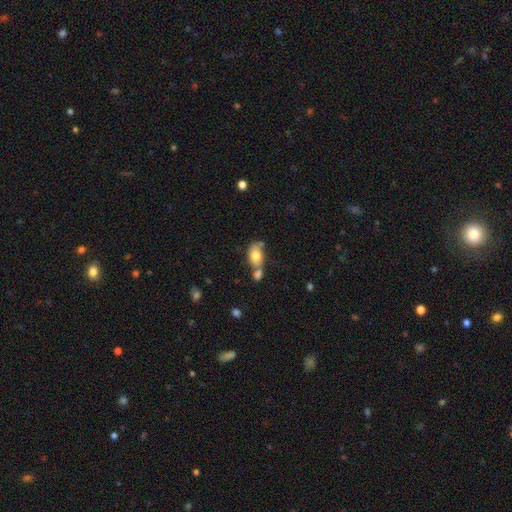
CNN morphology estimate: Smooth or featured?
  - smooth: 75% *
  - featured or disk: 17%
  - star or artifact: 8%
How rounded?
  - in between: 81% *
  - round: 17%
  - cigar-shaped: 2%
Merging?
  - merger: 45% *
  - none: 36%
  - minor disturbance: 14%
  - major disturbance: 5%